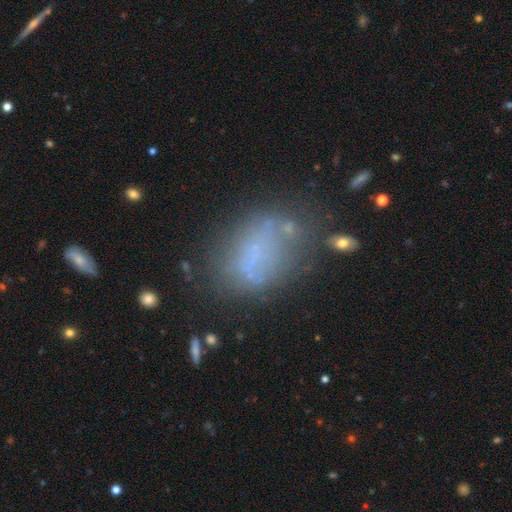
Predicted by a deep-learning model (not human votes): Smooth or featured? smooth (49%)
Merging? none (46%)